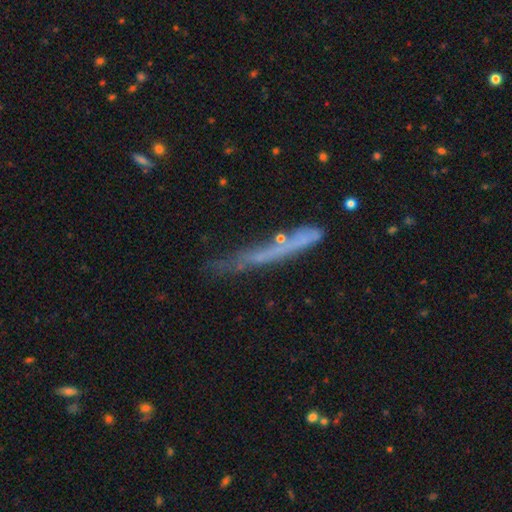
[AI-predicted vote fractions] Overall: smooth (46%; featured or disk 41%). Merging: none (50%; minor disturbance 24%).